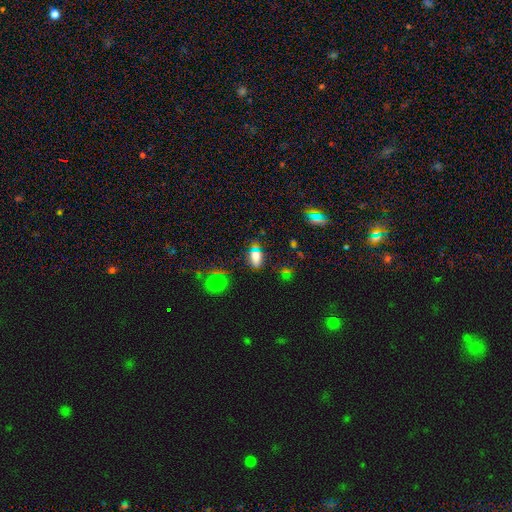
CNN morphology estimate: This is likely a smooth galaxy (68%). How rounded: clearly in between (80%). Merging: likely none (79%).